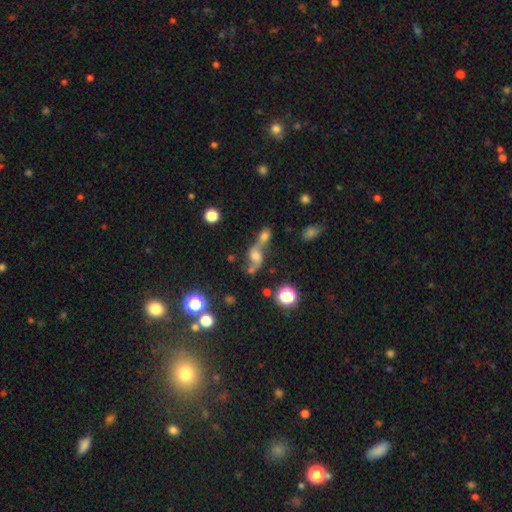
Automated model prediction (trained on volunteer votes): The model was most divided on "bulge size": moderate: 39%, small: 22%, large: 19%, none: 16%, dominant: 4%. More confident: edge-on disk — no (92%); spiral arms — yes (82%); bar — no (62%); smooth or featured — featured or disk (55%); merging — merger (55%).